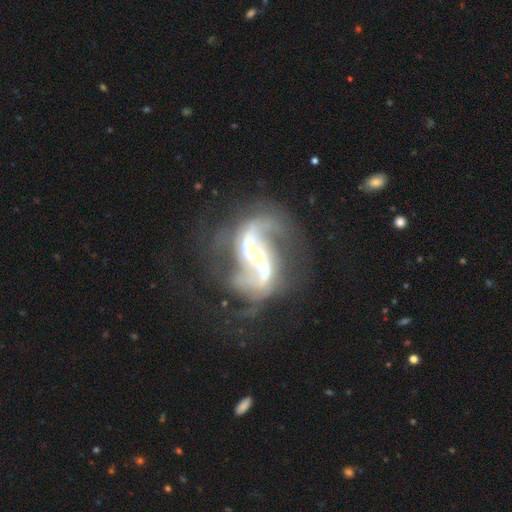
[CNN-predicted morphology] Smooth or featured: featured or disk — 90% (star or artifact — 6%)
Edge-on disk: no — 97% (yes — 3%)
Bar: no — 38% (weak — 32%)
Spiral arms: yes — 96% (no — 4%)
Spiral winding: loose — 52% (medium — 39%)
Spiral arm count: 2 — 84% (3 — 5%)
Bulge size: moderate — 56% (small — 36%)
Merging: none — 56% (major disturbance — 21%)